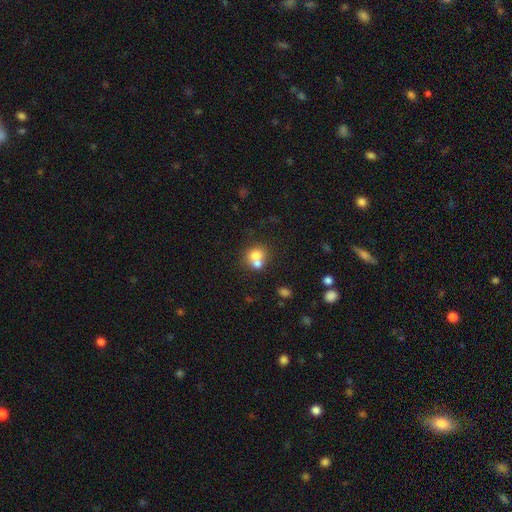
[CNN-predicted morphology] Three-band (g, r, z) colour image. It shows a smooth galaxy with no disk features (71%) that is round (72%). Merging: merger (57%).